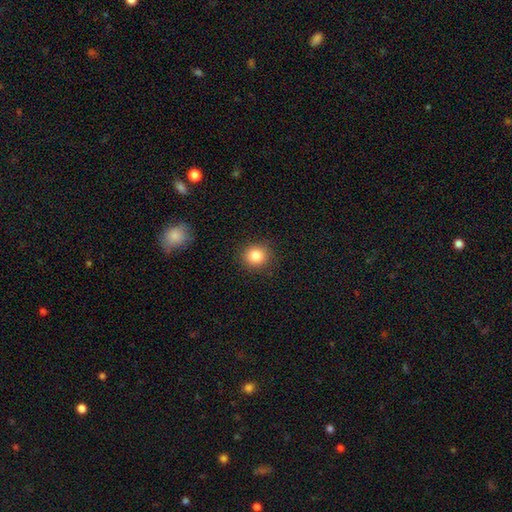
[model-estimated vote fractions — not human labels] smooth 84%, star or artifact 10%, featured or disk 5%. Down the decision tree: how rounded — round (87%); merging — none (90%).